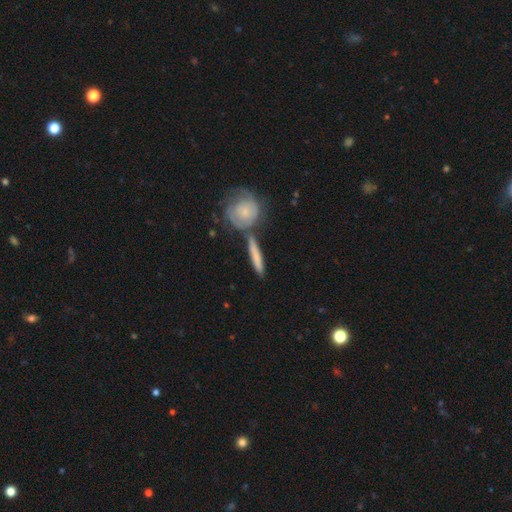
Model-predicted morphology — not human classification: smooth 57%, featured or disk 36%, star or artifact 6%. Down the decision tree: how rounded — cigar-shaped (82%); merging — none (66%).